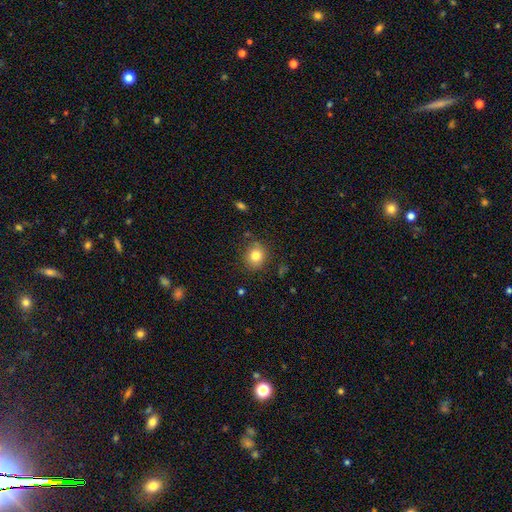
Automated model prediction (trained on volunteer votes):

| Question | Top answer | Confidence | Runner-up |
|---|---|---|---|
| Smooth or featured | smooth | 80% | star or artifact (11%) |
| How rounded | round | 78% | in between (21%) |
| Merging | none | 80% | minor disturbance (14%) |